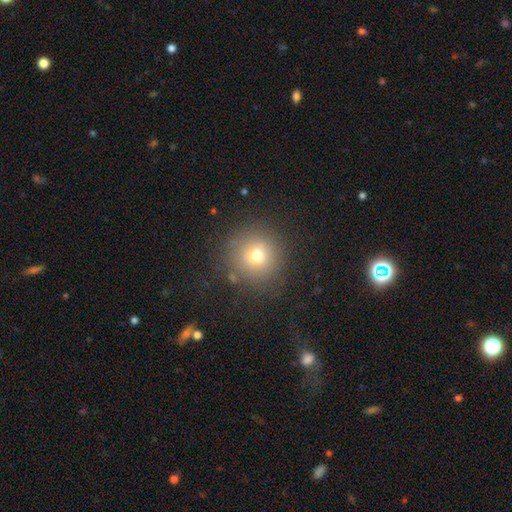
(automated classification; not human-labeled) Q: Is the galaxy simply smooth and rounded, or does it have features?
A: smooth — 69%.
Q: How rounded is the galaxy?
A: round — 94%.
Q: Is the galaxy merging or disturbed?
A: none — 84%.